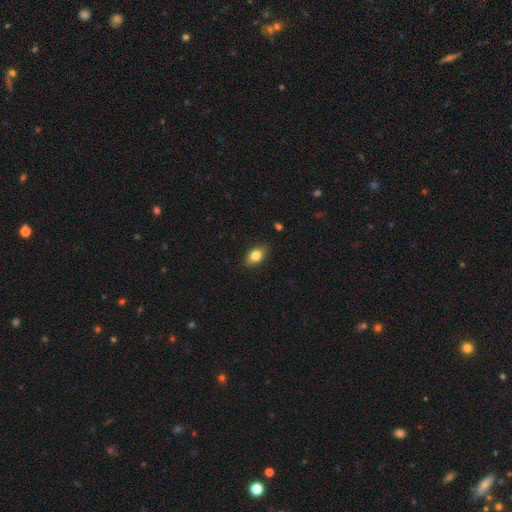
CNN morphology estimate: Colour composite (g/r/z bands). It shows a smooth galaxy with no disk features (81%) that is in between round and cigar-shaped (85%). Merging: none (86%).